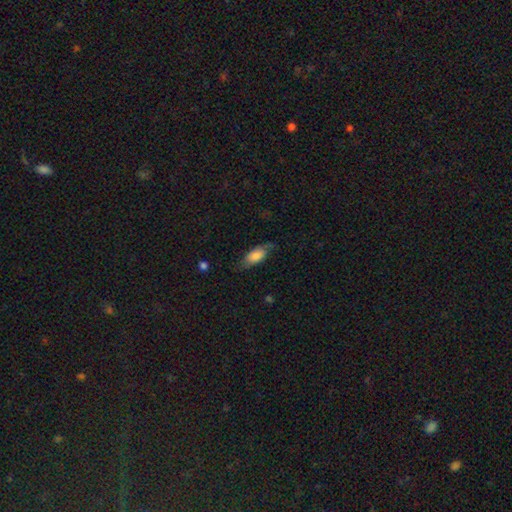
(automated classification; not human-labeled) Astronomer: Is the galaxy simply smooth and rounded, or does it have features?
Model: smooth — 70%.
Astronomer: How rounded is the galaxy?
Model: in between — 84%.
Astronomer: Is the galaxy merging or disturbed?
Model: none — 64%.